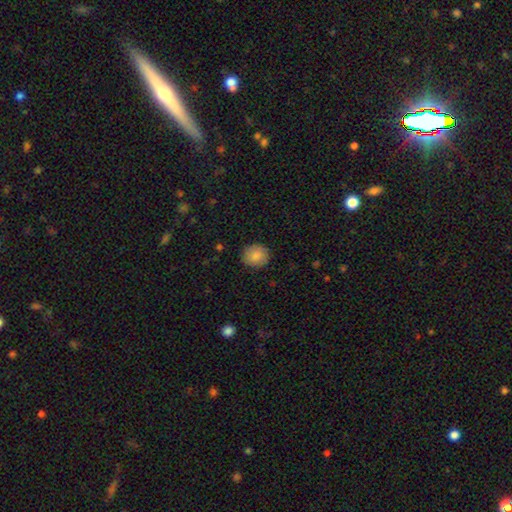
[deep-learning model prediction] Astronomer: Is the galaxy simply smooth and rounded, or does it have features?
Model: smooth — 88%.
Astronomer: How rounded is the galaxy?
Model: round — 82%.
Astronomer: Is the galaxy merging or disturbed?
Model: none — 88%.